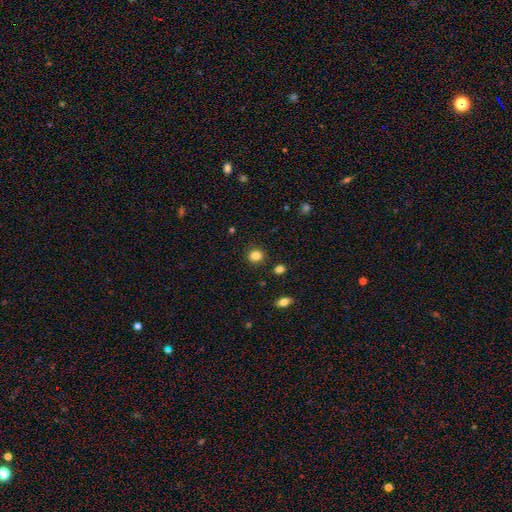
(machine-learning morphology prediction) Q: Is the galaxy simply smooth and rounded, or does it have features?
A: smooth — 84%.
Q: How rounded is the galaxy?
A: round — 75%.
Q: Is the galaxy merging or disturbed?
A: none — 88%.